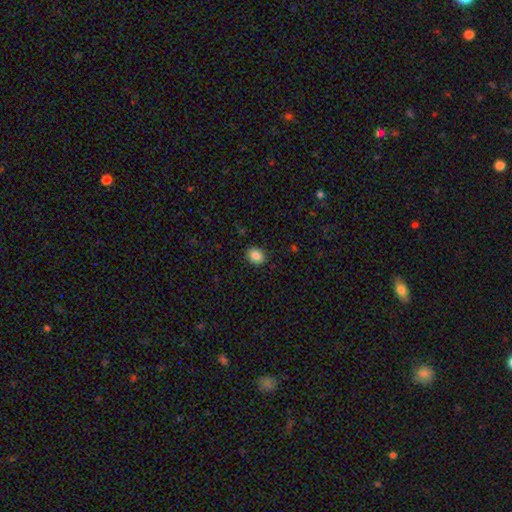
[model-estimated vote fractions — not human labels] This appears to be a smooth galaxy with no disk features (87%) that is in between round and cigar-shaped (51%). Merging: none (89%).